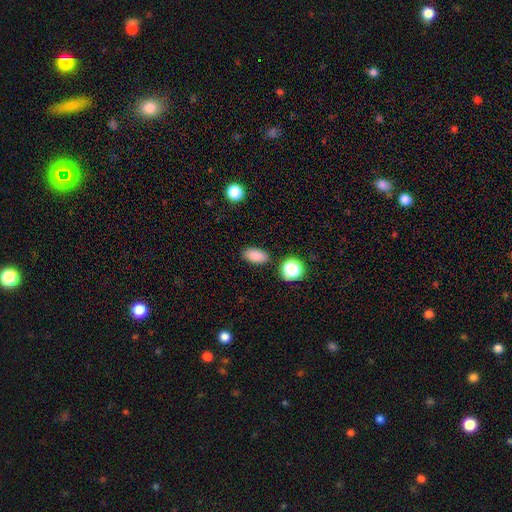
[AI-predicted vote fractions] A smooth galaxy with no disk features (86%) that is in between round and cigar-shaped (89%). Merging: none (83%).